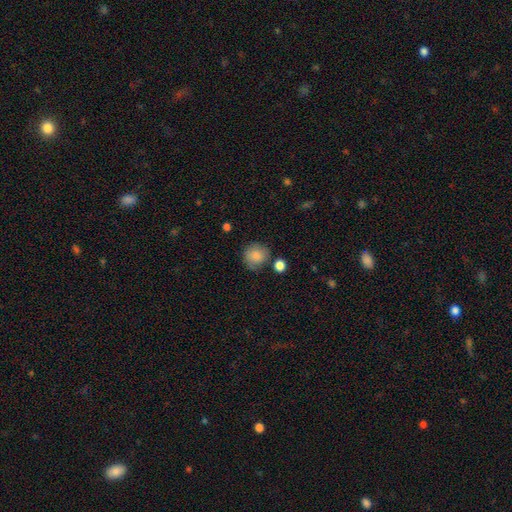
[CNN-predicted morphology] smooth_or_featured: smooth (p=0.84) [alt: star or artifact p=0.08]
how_rounded: round (p=0.85) [alt: in between p=0.14]
merging: none (p=0.70) [alt: minor disturbance p=0.19]